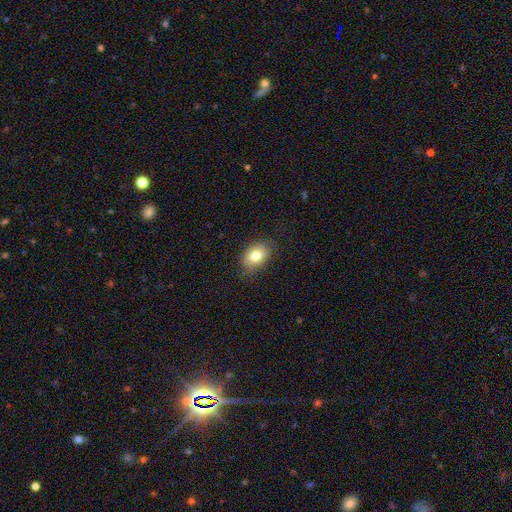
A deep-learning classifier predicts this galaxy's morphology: This appears to be a smooth galaxy with no disk features (80%) that is in between round and cigar-shaped (77%). Merging: none (79%).